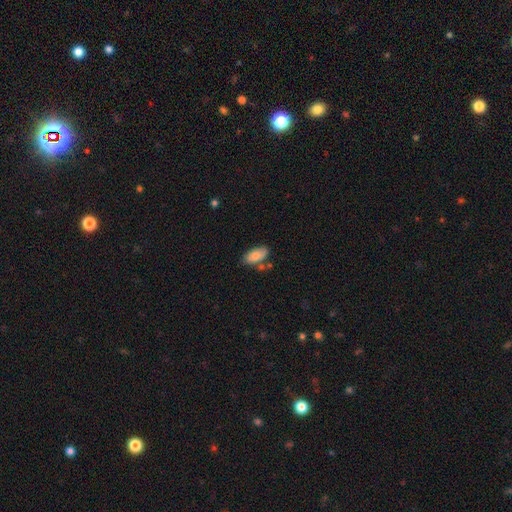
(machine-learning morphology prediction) smooth-or-featured: smooth: 82% | featured or disk: 11% | star or artifact: 7%
  how-rounded: in between: 92% | cigar-shaped: 5% | round: 3%
  merging: none: 64% | minor disturbance: 21% | merger: 10% | major disturbance: 5%